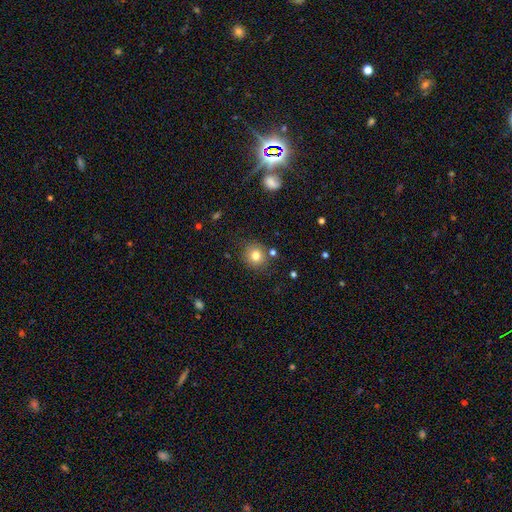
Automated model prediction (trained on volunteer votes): Morphology: type=smooth (79%); roundness=round (88%); merging=none (82%).